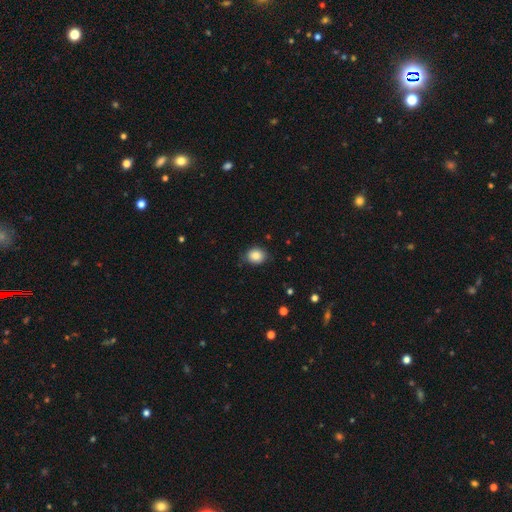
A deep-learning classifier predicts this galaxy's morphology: This appears to be a smooth galaxy with no disk features (86%) that is round (56%). Merging: none (82%).